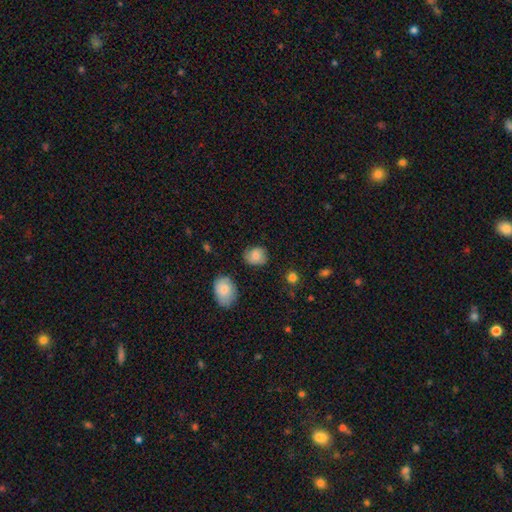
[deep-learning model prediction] Smooth or featured?
  - smooth: 78% *
  - featured or disk: 13%
  - star or artifact: 9%
How rounded?
  - round: 58% *
  - in between: 41%
  - cigar-shaped: 1%
Merging?
  - none: 68% *
  - minor disturbance: 23%
  - major disturbance: 7%
  - merger: 2%